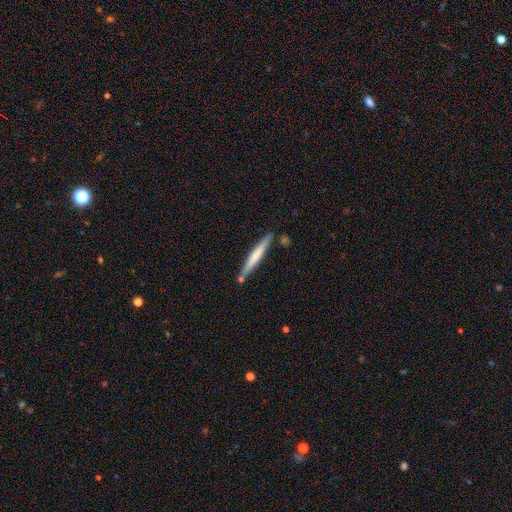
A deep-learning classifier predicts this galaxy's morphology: Smooth or featured: smooth — 59% (featured or disk — 36%)
How rounded: cigar-shaped — 96% (in between — 3%)
Merging: none — 79% (minor disturbance — 12%)